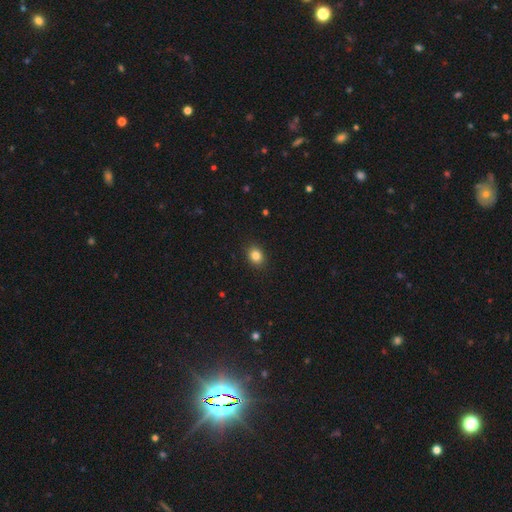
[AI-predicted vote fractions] Smooth or featured?
  - smooth: 84% *
  - star or artifact: 11%
  - featured or disk: 5%
How rounded?
  - round: 55% *
  - in between: 44%
  - cigar-shaped: 1%
Merging?
  - none: 90% *
  - minor disturbance: 7%
  - major disturbance: 2%
  - merger: 1%